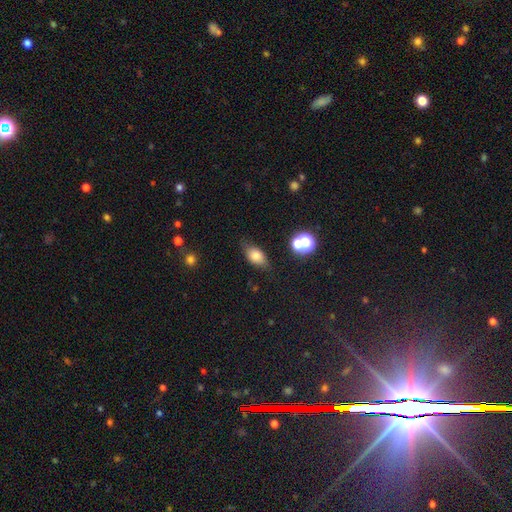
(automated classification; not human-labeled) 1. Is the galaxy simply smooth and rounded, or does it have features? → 75% smooth, 14% featured or disk, 11% star or artifact.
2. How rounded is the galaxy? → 83% in between, 12% round, 4% cigar-shaped.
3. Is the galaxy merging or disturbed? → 72% none, 20% minor disturbance, 5% major disturbance, 3% merger.